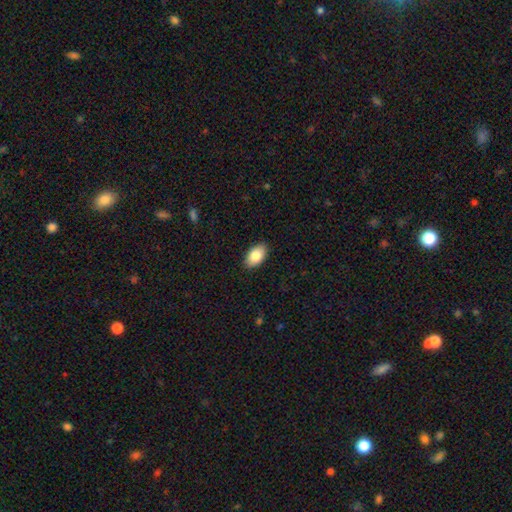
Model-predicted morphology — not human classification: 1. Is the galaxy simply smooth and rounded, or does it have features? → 84% smooth, 9% featured or disk, 7% star or artifact.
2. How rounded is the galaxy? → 94% in between, 5% round, 1% cigar-shaped.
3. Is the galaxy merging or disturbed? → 88% none, 9% minor disturbance, 2% major disturbance, 1% merger.